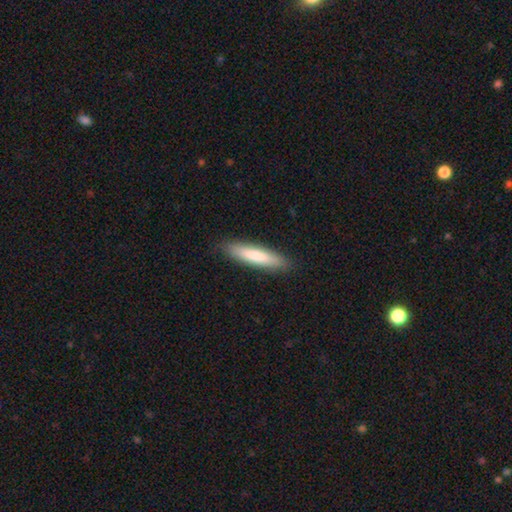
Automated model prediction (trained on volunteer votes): This appears to be a smooth galaxy with no disk features (78%) that is cigar-shaped (82%). Merging: none (88%).